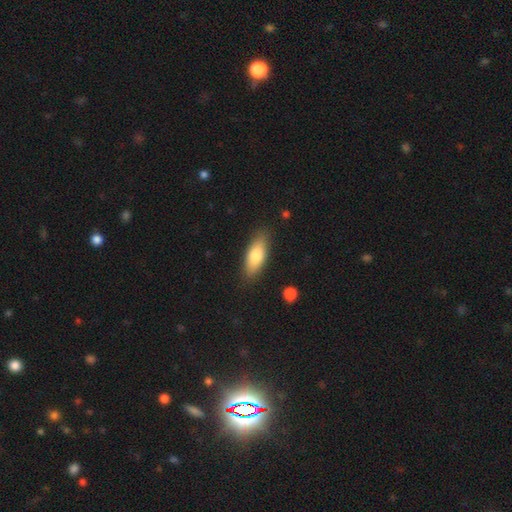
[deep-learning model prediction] Q: Smooth or featured?
A: smooth (77%); runner-up: featured or disk (16%)
Q: How rounded?
A: in between (72%); runner-up: cigar-shaped (25%)
Q: Merging?
A: none (84%); runner-up: minor disturbance (12%)